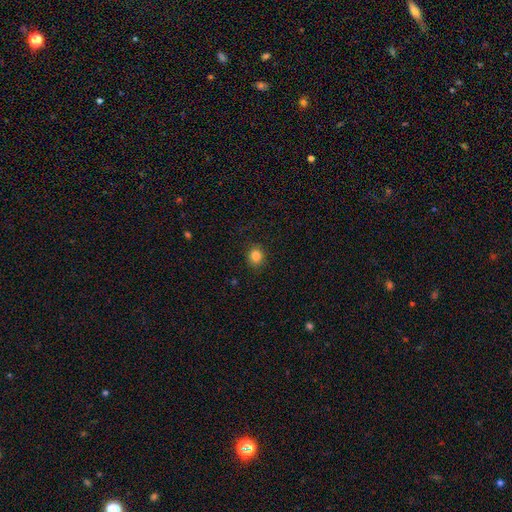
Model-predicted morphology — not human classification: This appears to be a smooth galaxy with no disk features (84%) that is round (81%). Merging: none (87%).